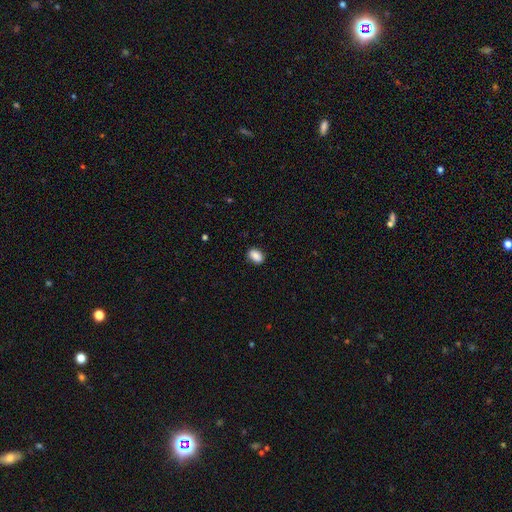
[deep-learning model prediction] Smooth or featured?
  - smooth: 87% *
  - star or artifact: 8%
  - featured or disk: 5%
How rounded?
  - in between: 85% *
  - round: 14%
  - cigar-shaped: 2%
Merging?
  - none: 85% *
  - minor disturbance: 11%
  - major disturbance: 2%
  - merger: 1%